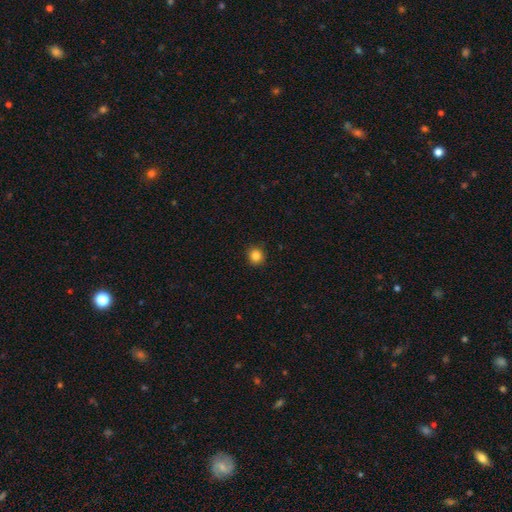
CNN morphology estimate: Q: Smooth or featured?
A: smooth (85%); runner-up: star or artifact (11%)
Q: How rounded?
A: round (91%); runner-up: in between (8%)
Q: Merging?
A: none (92%); runner-up: minor disturbance (6%)